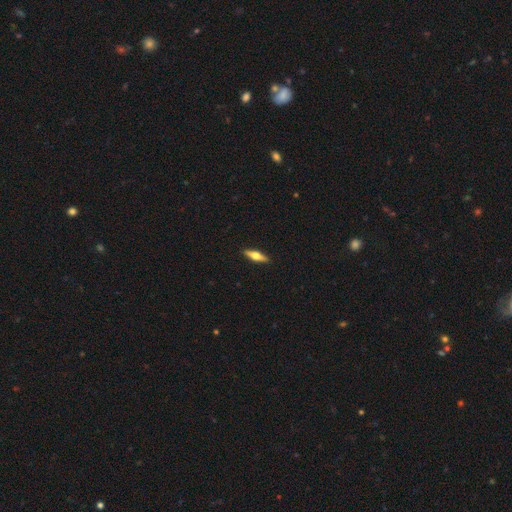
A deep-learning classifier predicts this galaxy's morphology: type=featured or disk (55%); edge-on=yes (95%); edge-on bulge=rounded (95%); merging=none (91%).